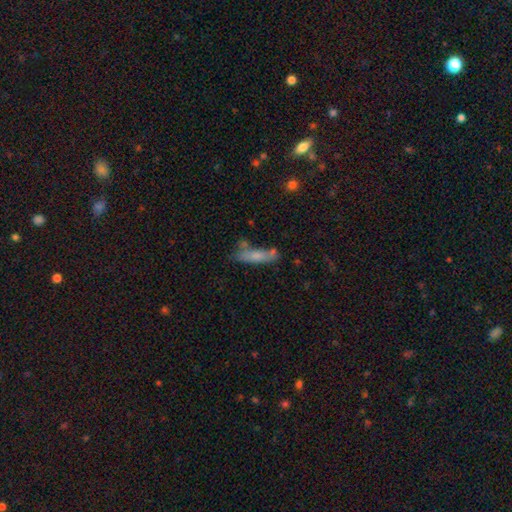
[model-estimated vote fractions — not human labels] This is likely a smooth galaxy (71%). How rounded: likely cigar-shaped (71%). Merging: possibly none (58%).